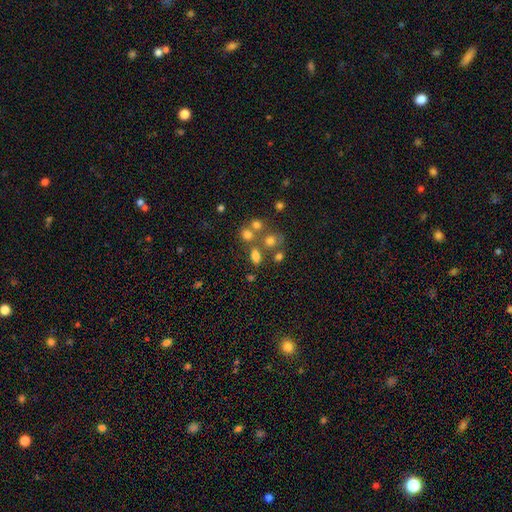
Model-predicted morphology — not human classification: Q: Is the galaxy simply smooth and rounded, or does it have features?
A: smooth — 72%.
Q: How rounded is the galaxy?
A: in between — 70%.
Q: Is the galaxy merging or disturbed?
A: none — 58%.